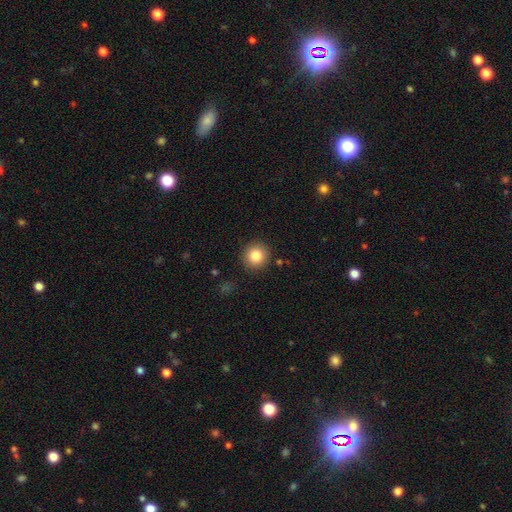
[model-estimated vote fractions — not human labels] A smooth galaxy with no disk features (83%) that is round (92%).

Vote fractions:
- Smooth or featured? smooth: 83% / star or artifact: 10% / featured or disk: 7%
- How rounded? round: 92% / in between: 7% / cigar-shaped: 1%
- Merging? none: 90% / minor disturbance: 6% / major disturbance: 2% / merger: 1%